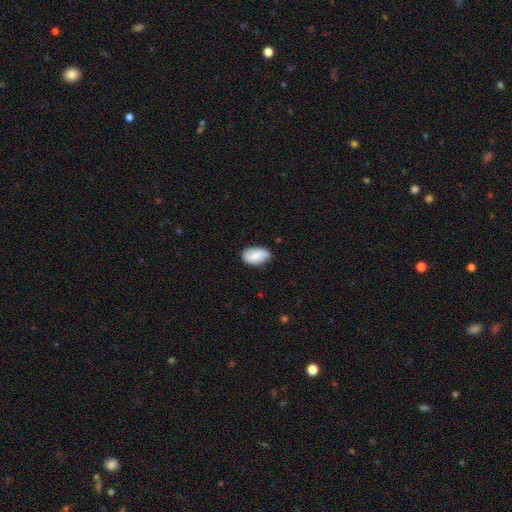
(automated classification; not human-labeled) Smooth or featured? smooth (77%)
How rounded? in between (93%)
Merging? none (74%)